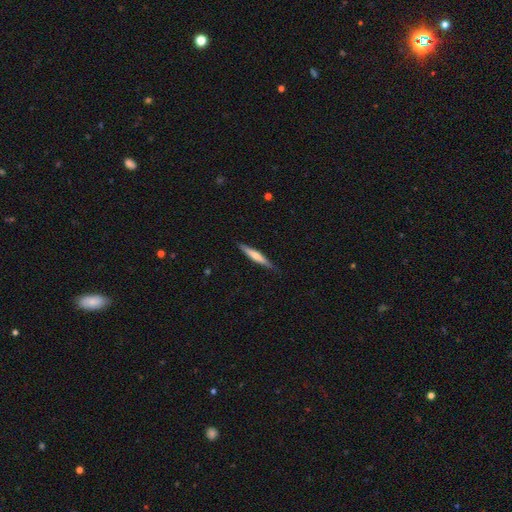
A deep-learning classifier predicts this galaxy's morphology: The model was most divided on "smooth or featured": smooth: 49%, featured or disk: 46%, star or artifact: 5%. More confident: merging — none (88%).